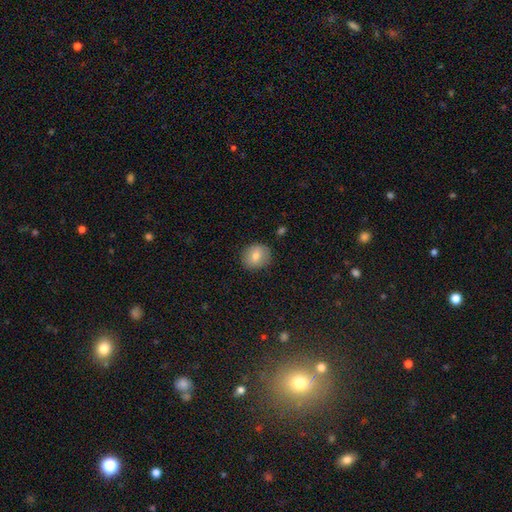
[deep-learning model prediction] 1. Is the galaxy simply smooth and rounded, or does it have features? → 78% smooth, 13% featured or disk, 9% star or artifact.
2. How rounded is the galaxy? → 78% round, 21% in between, 1% cigar-shaped.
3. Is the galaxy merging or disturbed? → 87% none, 9% minor disturbance, 2% major disturbance, 1% merger.